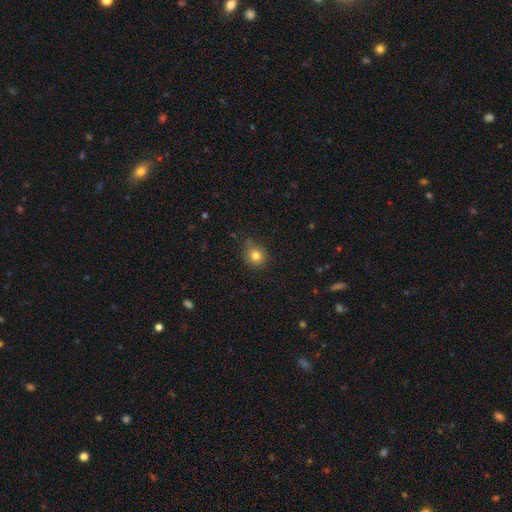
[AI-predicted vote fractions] smooth-or-featured: smooth: 80% | star or artifact: 13% | featured or disk: 7%
  how-rounded: round: 83% | in between: 16% | cigar-shaped: 1%
  merging: none: 76% | minor disturbance: 18% | major disturbance: 4% | merger: 2%